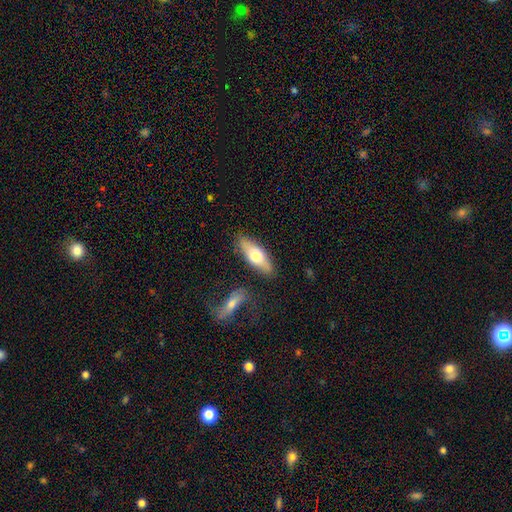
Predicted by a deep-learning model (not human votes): smooth-or-featured: smooth: 63% | featured or disk: 31% | star or artifact: 5%
  how-rounded: in between: 63% | cigar-shaped: 35% | round: 2%
  merging: none: 83% | minor disturbance: 11% | merger: 4% | major disturbance: 3%